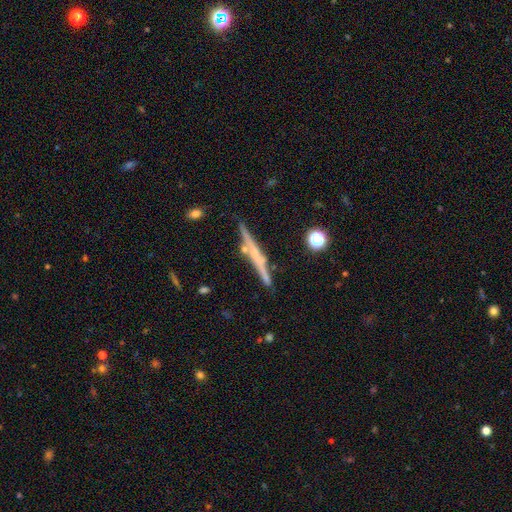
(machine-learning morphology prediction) smooth-or-featured: featured or disk: 66% | smooth: 26% | star or artifact: 7%
  disk-edge-on: yes: 97% | no: 3%
    edge-on-bulge: none: 45% | rounded: 44% | boxy: 11%
  merging: none: 82% | minor disturbance: 11% | merger: 5% | major disturbance: 2%